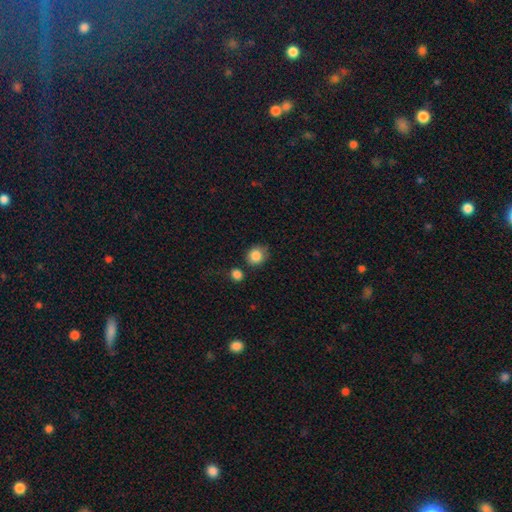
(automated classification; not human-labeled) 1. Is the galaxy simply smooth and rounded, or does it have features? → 85% smooth, 9% star or artifact, 6% featured or disk.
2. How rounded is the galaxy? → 76% round, 23% in between, 1% cigar-shaped.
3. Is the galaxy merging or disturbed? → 69% none, 18% minor disturbance, 9% merger, 5% major disturbance.